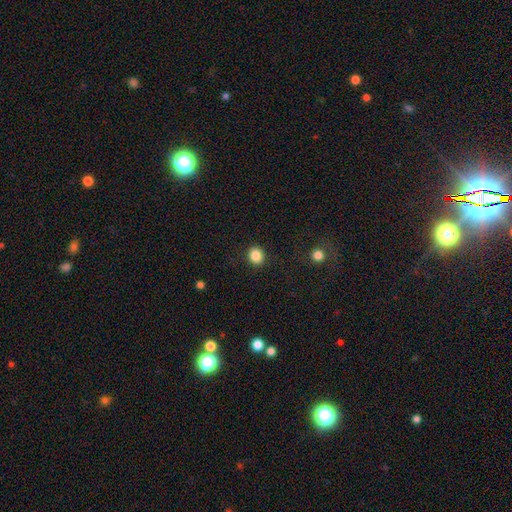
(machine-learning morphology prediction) Smooth or featured? Predicted: smooth (p=0.86). How rounded? Predicted: round (p=0.77). Merging? Predicted: none (p=0.91).